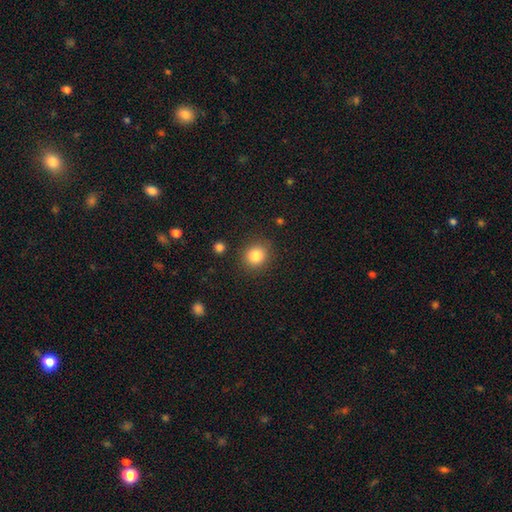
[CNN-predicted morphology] Smooth or featured: smooth — 83% (star or artifact — 11%)
How rounded: round — 78% (in between — 21%)
Merging: none — 87% (minor disturbance — 8%)